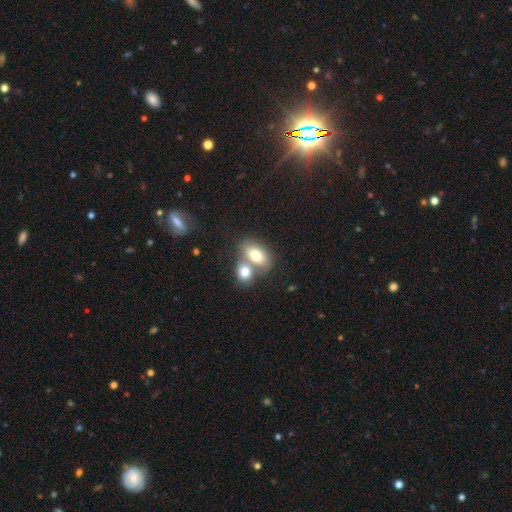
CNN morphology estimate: smooth_or_featured: smooth (p=0.73) [alt: featured or disk p=0.20]
how_rounded: in between (p=0.85) [alt: round p=0.13]
merging: merger (p=0.57) [alt: none p=0.32]